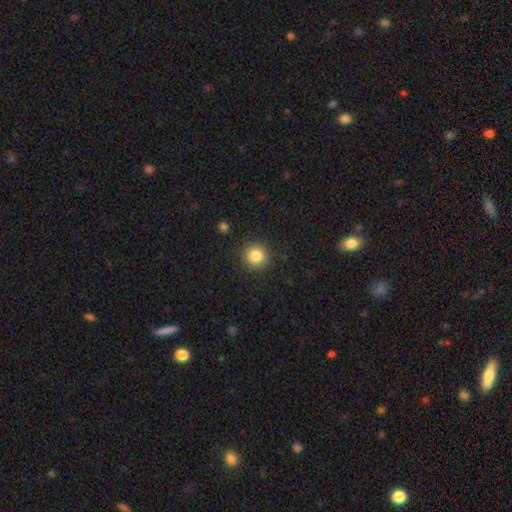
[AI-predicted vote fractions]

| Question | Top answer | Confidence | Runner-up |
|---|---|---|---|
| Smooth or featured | smooth | 84% | star or artifact (11%) |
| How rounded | round | 93% | in between (6%) |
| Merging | none | 90% | minor disturbance (6%) |